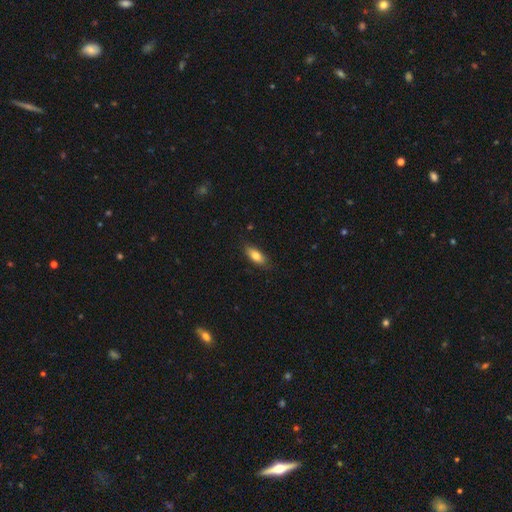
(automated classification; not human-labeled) This is likely a smooth galaxy (79%). How rounded: clearly in between (81%). Merging: likely none (80%).